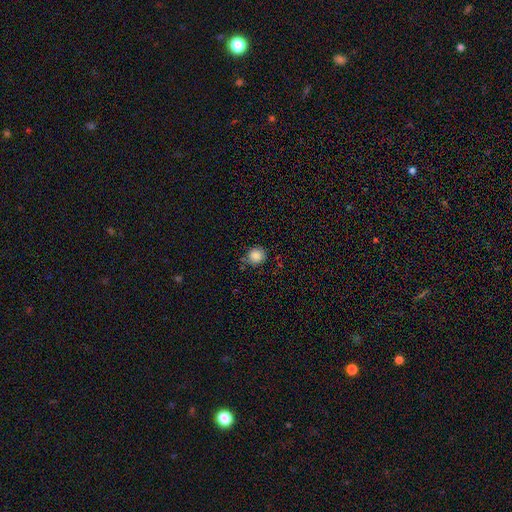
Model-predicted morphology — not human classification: Smooth or featured? Predicted: smooth (p=0.86). How rounded? Predicted: round (p=0.89). Merging? Predicted: none (p=0.79).